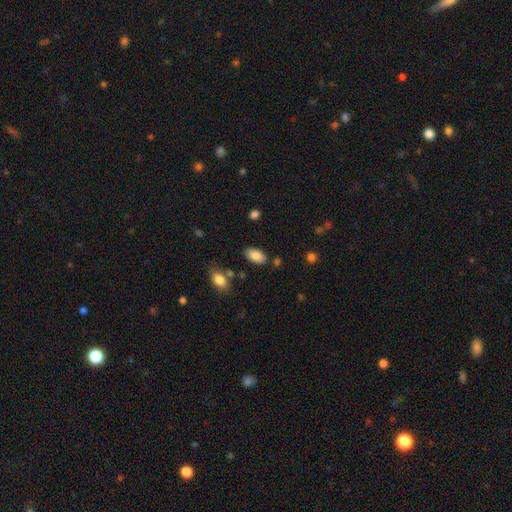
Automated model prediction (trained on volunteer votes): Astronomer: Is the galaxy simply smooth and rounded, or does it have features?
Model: smooth — 85%.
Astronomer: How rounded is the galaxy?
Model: in between — 94%.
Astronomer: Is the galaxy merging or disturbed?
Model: none — 80%.